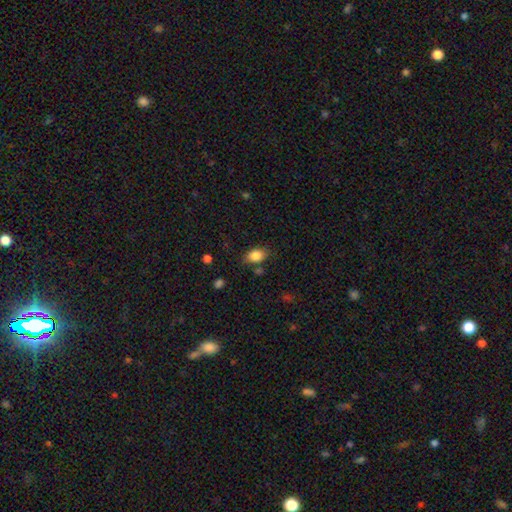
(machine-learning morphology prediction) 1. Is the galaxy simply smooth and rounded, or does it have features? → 85% smooth, 8% star or artifact, 6% featured or disk.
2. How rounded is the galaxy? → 81% in between, 18% round, 1% cigar-shaped.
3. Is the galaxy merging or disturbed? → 75% none, 16% minor disturbance, 4% major disturbance, 4% merger.